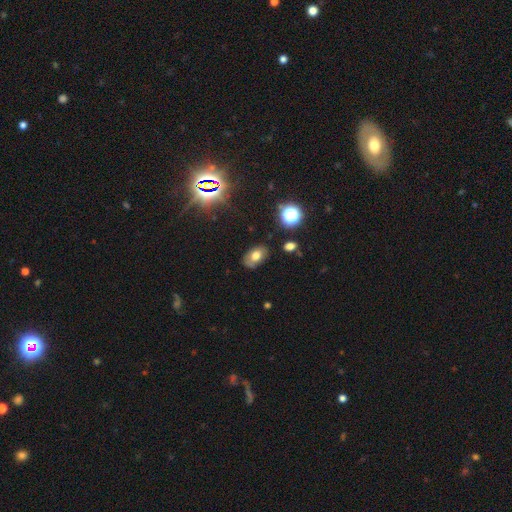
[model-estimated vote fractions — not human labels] Smooth or featured? smooth (67%)
How rounded? in between (88%)
Merging? none (74%)